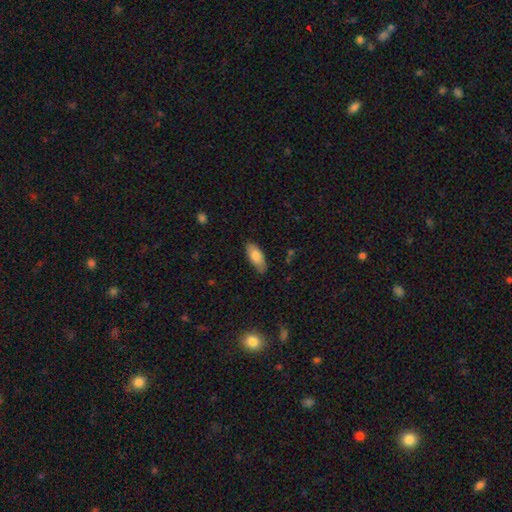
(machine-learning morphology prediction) Smooth or featured? Predicted: smooth (p=0.80). How rounded? Predicted: in between (p=0.81). Merging? Predicted: none (p=0.82).